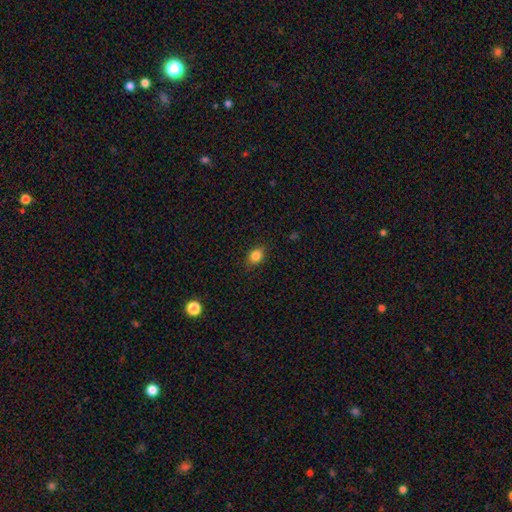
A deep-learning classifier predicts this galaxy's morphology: smooth-or-featured: smooth: 84% | star or artifact: 11% | featured or disk: 6%
  how-rounded: in between: 59% | round: 40% | cigar-shaped: 1%
  merging: none: 85% | minor disturbance: 11% | major disturbance: 3% | merger: 1%